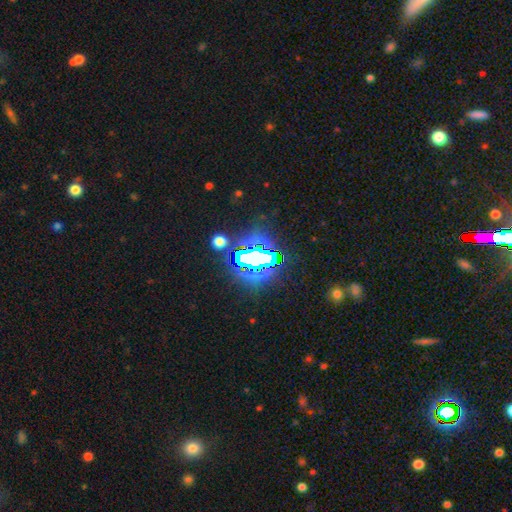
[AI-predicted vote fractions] Smooth or featured? star or artifact (70%)